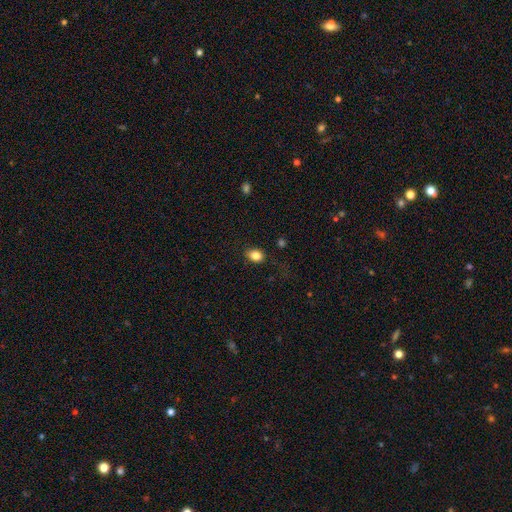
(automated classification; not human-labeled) Overall: smooth (84%). How rounded: in between (68%; round 31%). Merging: none (84%).